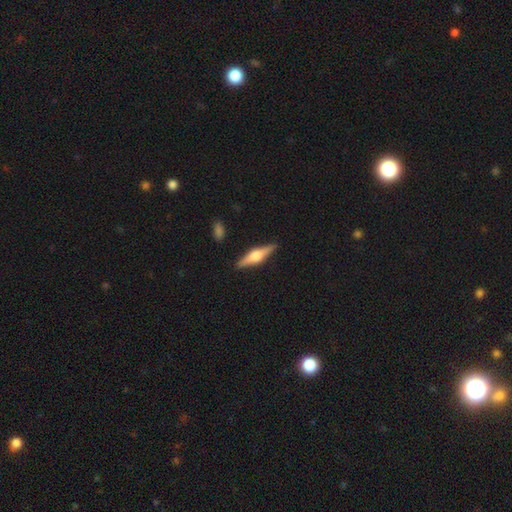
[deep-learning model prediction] Smooth or featured?
  - featured or disk: 66% *
  - smooth: 29%
  - star or artifact: 6%
Edge-on disk?
  - yes: 97% *
  - no: 3%
Edge-on bulge?
  - rounded: 91% *
  - boxy: 7%
  - none: 2%
Merging?
  - none: 89% *
  - minor disturbance: 8%
  - major disturbance: 2%
  - merger: 1%